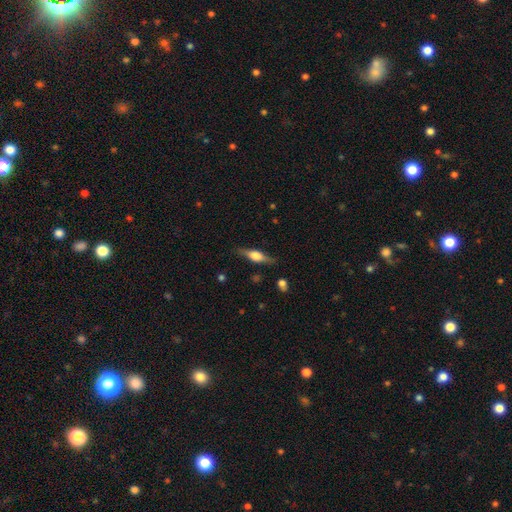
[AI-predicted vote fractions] Smooth or featured? Predicted: featured or disk (p=0.60). Edge-on disk? Predicted: yes (p=0.95). Edge-on bulge? Predicted: rounded (p=0.87). Merging? Predicted: none (p=0.84).